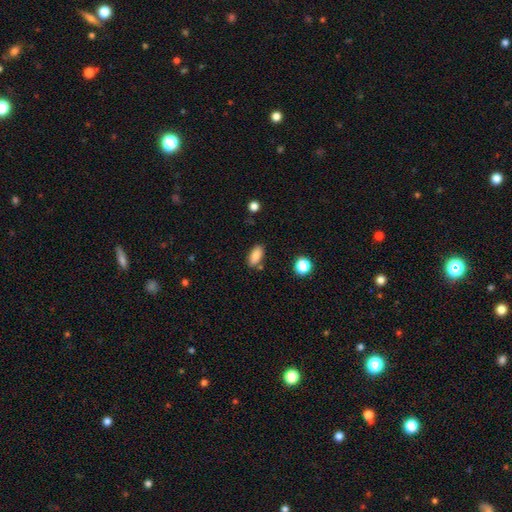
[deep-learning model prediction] A smooth galaxy with no disk features (86%) that is in between round and cigar-shaped (87%). Merging: none (79%).